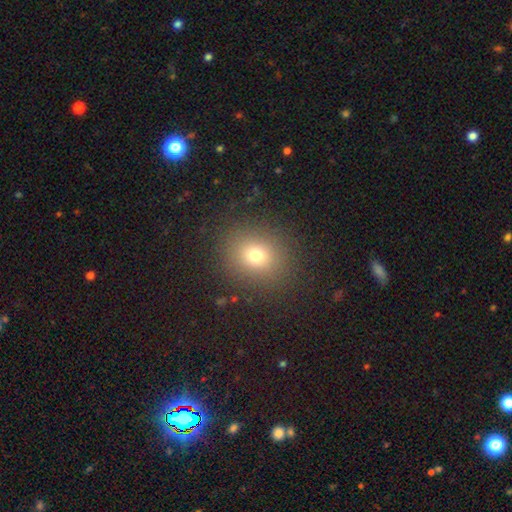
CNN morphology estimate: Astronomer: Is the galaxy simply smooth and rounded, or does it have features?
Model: smooth — 72%.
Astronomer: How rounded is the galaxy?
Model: round — 78%.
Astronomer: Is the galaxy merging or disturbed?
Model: none — 87%.